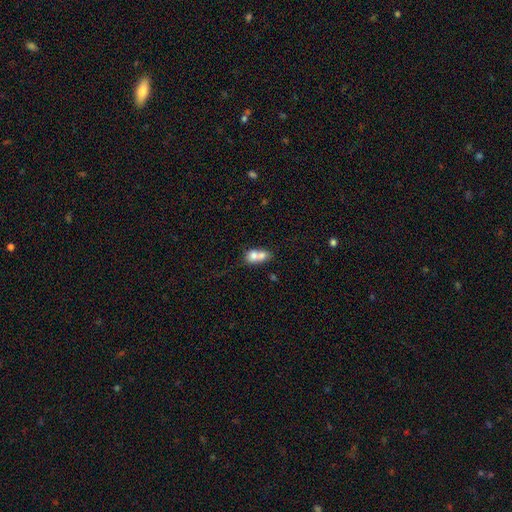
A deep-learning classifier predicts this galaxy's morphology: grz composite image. It shows a smooth galaxy with no disk features (70%) that is in between round and cigar-shaped (54%). Merging: merger (71%).